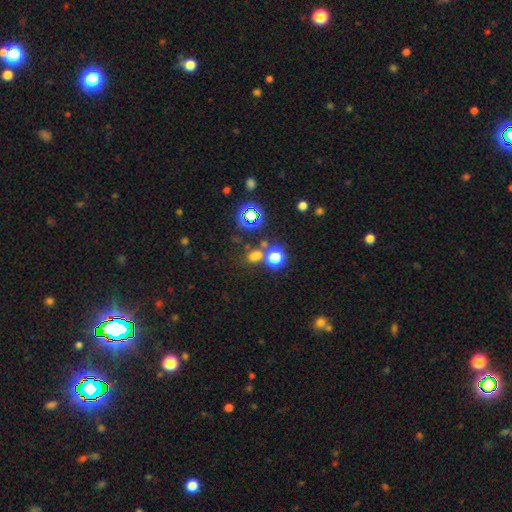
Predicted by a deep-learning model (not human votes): Morphology: type=smooth (57%); roundness=round (65%); merging=none (60%).